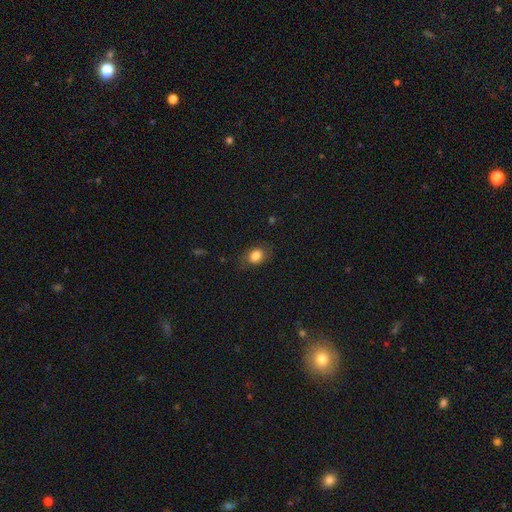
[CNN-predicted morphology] Q: Smooth or featured?
A: smooth (82%); runner-up: star or artifact (10%)
Q: How rounded?
A: in between (65%); runner-up: round (34%)
Q: Merging?
A: none (77%); runner-up: minor disturbance (17%)